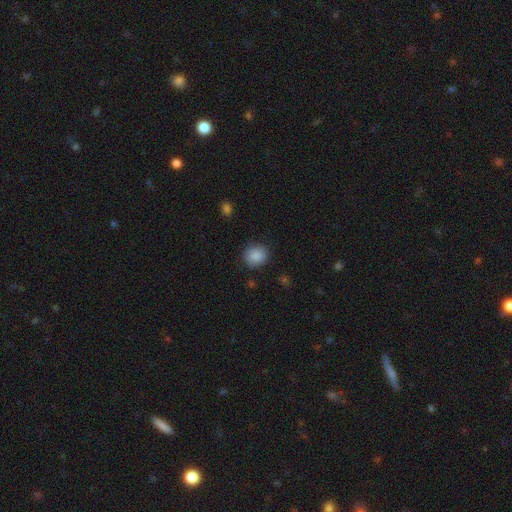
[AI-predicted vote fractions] Smooth or featured? smooth (87%)
How rounded? round (85%)
Merging? none (86%)